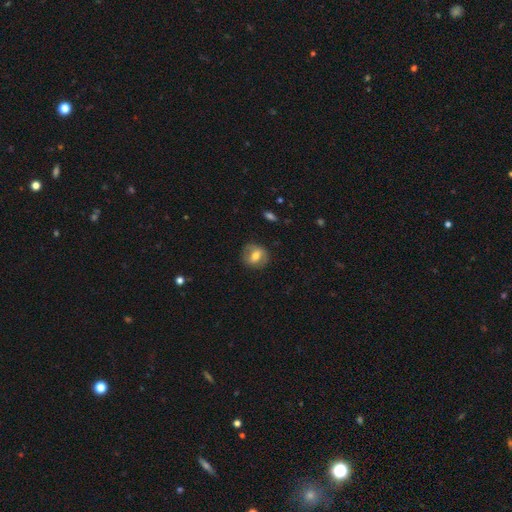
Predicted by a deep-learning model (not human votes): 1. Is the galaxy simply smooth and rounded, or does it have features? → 55% smooth, 37% featured or disk, 8% star or artifact.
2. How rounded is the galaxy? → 71% round, 28% in between, 1% cigar-shaped.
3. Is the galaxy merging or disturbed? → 82% none, 13% minor disturbance, 4% major disturbance, 1% merger.